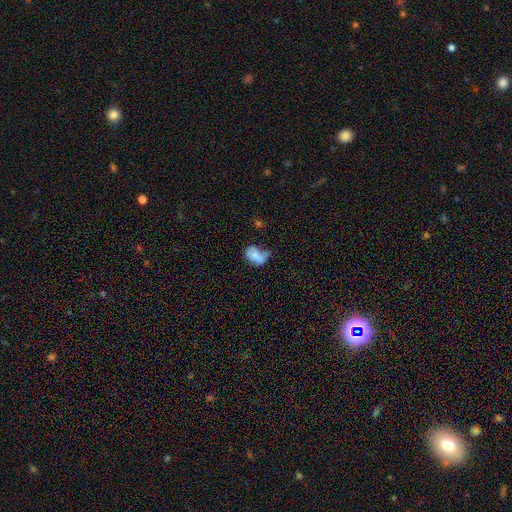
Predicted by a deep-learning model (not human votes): Q: Smooth or featured?
A: smooth (68%); runner-up: featured or disk (23%)
Q: How rounded?
A: in between (85%); runner-up: round (13%)
Q: Merging?
A: minor disturbance (33%); runner-up: major disturbance (31%)